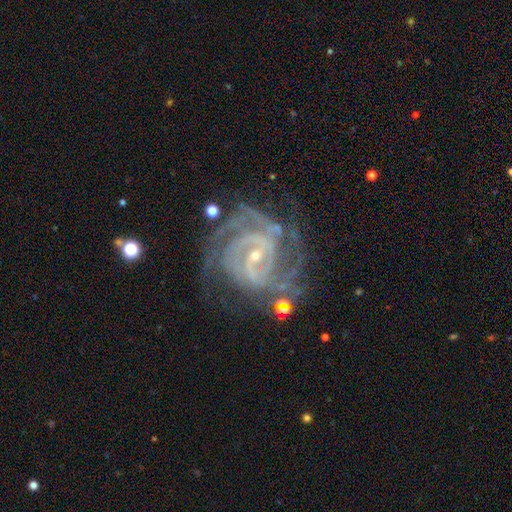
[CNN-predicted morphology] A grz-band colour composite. It shows a featured or disk galaxy (91%) with a weak bar (46%), 2 (31%) tight (65%) spiral arms (98%) and a small central bulge (77%). Merging: none (68%).